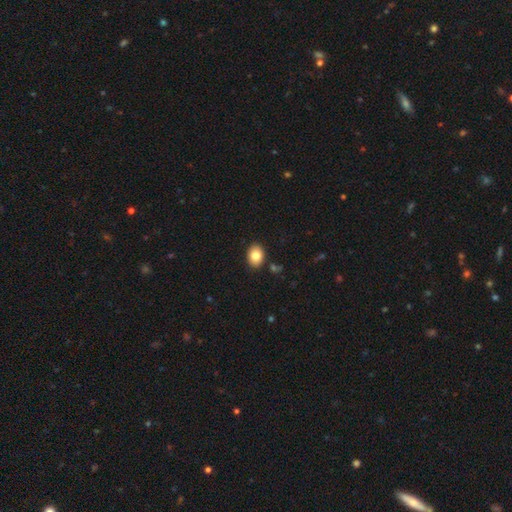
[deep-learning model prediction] smooth 82%, featured or disk 9%, star or artifact 8%. Down the decision tree: how rounded — in between (71%); merging — none (88%).